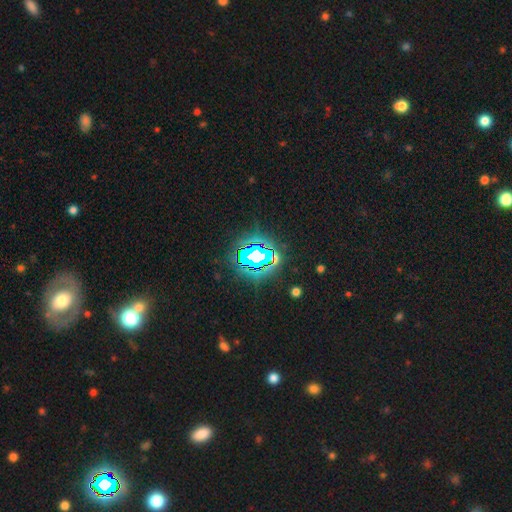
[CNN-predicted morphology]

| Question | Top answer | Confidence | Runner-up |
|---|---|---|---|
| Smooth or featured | star or artifact | 71% | smooth (15%) |